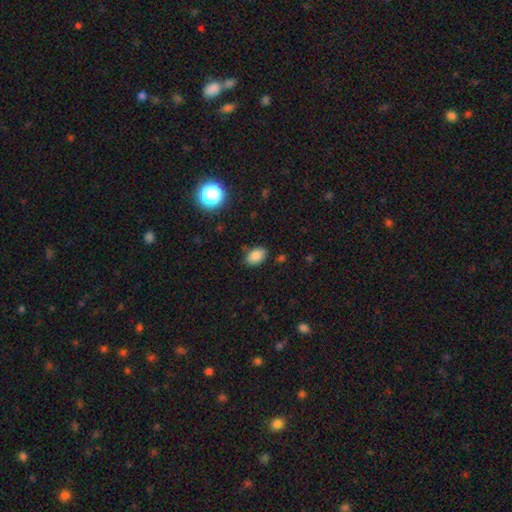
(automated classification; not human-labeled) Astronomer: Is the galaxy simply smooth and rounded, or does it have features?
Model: smooth — 85%.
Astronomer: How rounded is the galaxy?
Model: in between — 86%.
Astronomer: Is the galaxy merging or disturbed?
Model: none — 80%.